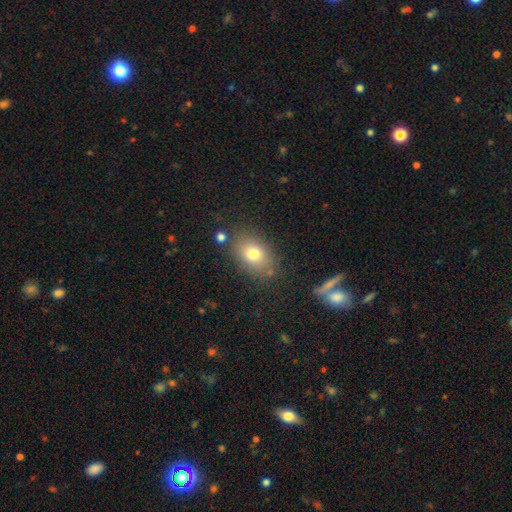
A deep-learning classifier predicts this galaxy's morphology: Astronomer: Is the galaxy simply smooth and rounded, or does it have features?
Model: smooth — 74%.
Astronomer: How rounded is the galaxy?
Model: in between — 75%.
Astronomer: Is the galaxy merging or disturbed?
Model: none — 80%.